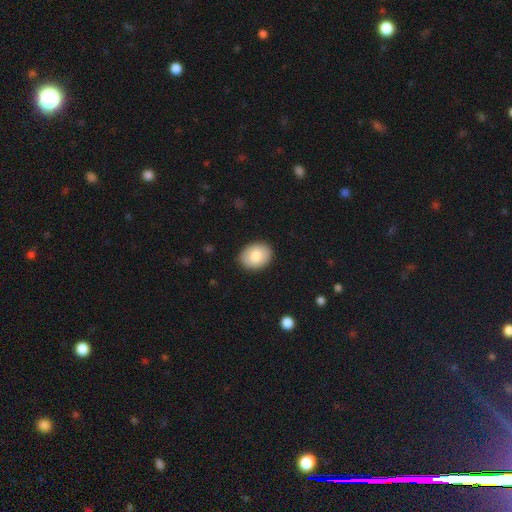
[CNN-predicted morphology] The model was most divided on "how rounded": in between: 65%, round: 34%, cigar-shaped: 1%. More confident: merging — none (89%); smooth or featured — smooth (80%).